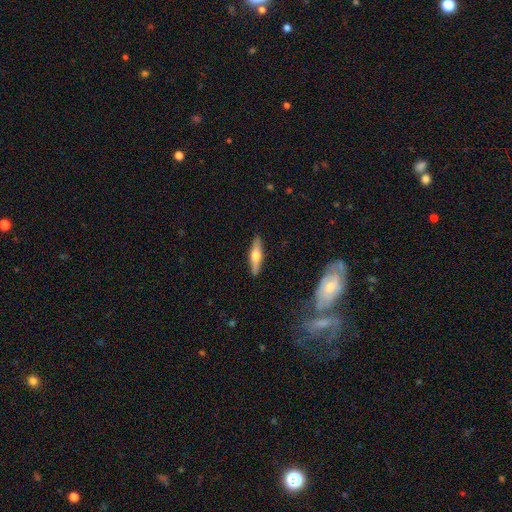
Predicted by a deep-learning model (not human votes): Smooth or featured? Predicted: featured or disk (p=0.48). Merging? Predicted: none (p=0.89).